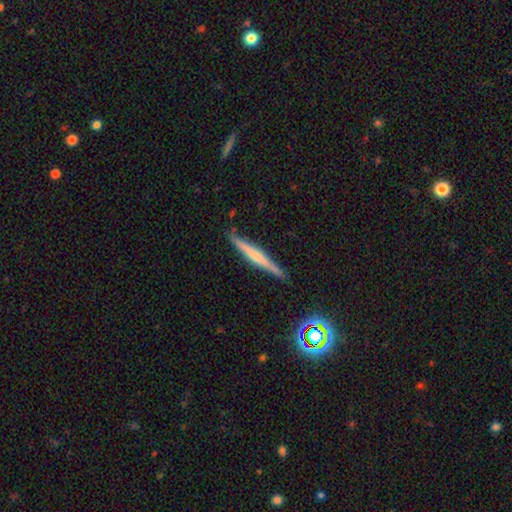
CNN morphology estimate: featured or disk 57%, smooth 36%, star or artifact 7%. Down the decision tree: edge-on disk — yes (97%); edge-on bulge — none (45%); merging — none (87%).